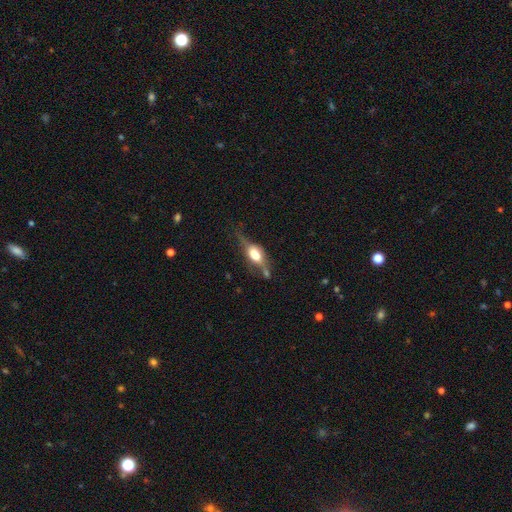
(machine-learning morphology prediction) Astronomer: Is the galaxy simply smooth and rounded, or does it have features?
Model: featured or disk — 54% (runner-up: smooth, 37%).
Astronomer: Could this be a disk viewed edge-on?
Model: yes — 78%.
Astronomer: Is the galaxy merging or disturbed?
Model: none — 46% (runner-up: minor disturbance, 25%).